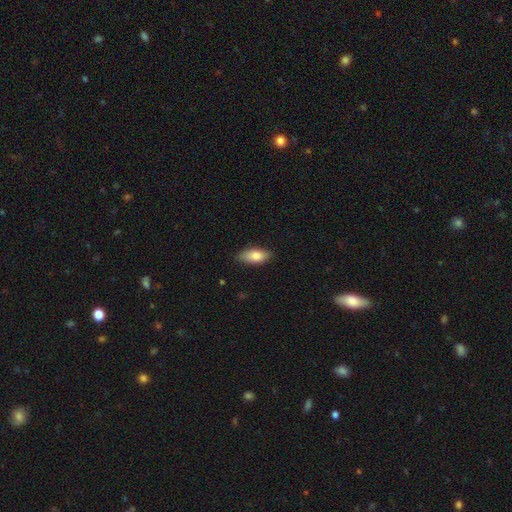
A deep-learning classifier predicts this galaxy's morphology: Smooth or featured? Predicted: smooth (p=0.82). How rounded? Predicted: in between (p=0.85). Merging? Predicted: none (p=0.83).